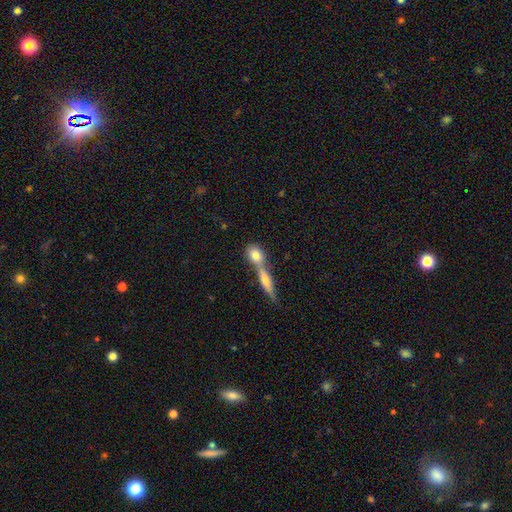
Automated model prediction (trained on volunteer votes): smooth 75%, featured or disk 17%, star or artifact 8%. Down the decision tree: how rounded — round (43%); merging — merger (48%).